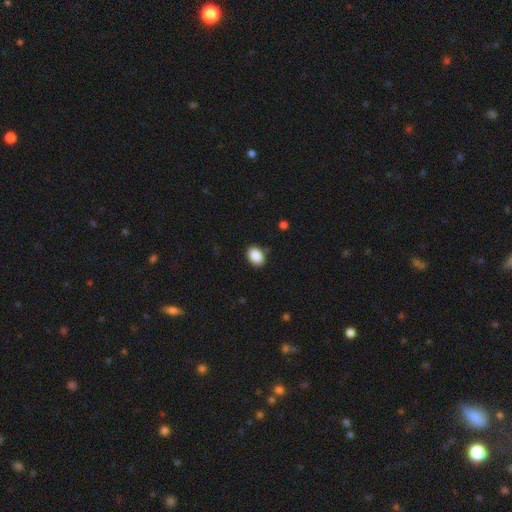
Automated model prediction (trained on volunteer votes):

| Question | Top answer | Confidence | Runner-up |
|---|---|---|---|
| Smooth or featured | smooth | 89% | star or artifact (8%) |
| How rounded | in between | 74% | round (25%) |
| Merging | none | 86% | minor disturbance (11%) |